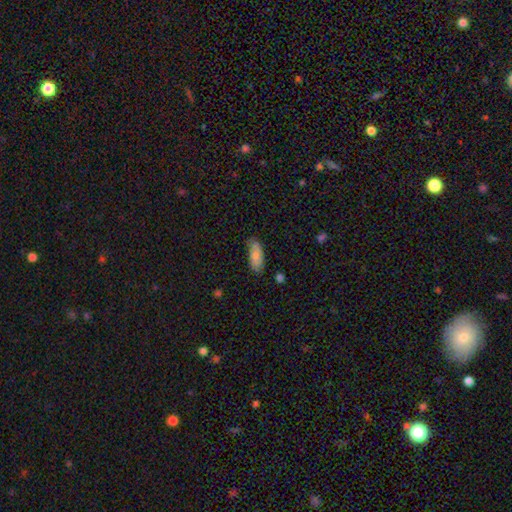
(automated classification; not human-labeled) smooth-or-featured: smooth: 83% | featured or disk: 11% | star or artifact: 6%
  how-rounded: in between: 79% | cigar-shaped: 19% | round: 2%
  merging: none: 71% | minor disturbance: 22% | major disturbance: 4% | merger: 2%